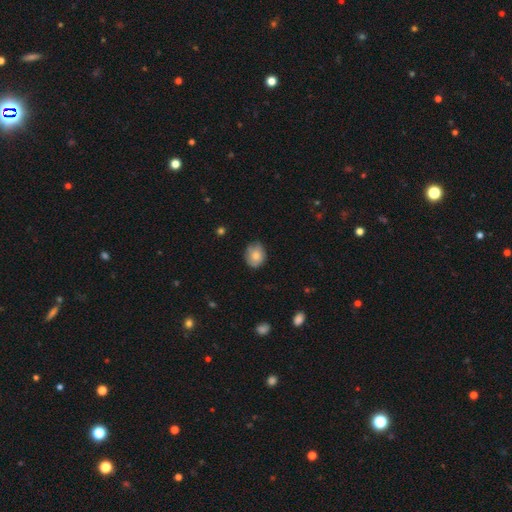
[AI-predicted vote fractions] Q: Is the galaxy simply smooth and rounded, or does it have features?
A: smooth — 77%.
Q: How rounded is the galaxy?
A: round — 64%.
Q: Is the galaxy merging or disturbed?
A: none — 72%.